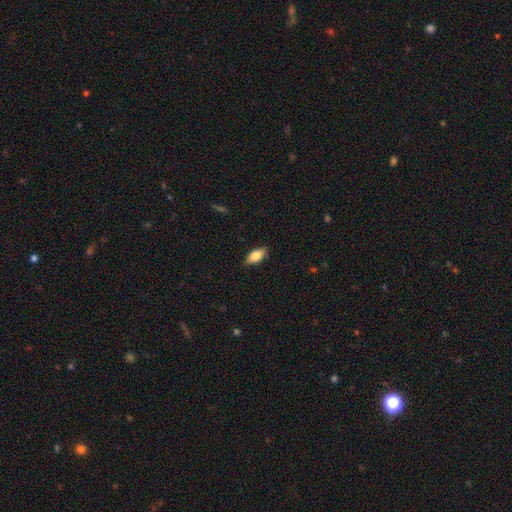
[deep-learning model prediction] Smooth or featured? Predicted: smooth (p=0.75). How rounded? Predicted: in between (p=0.86). Merging? Predicted: none (p=0.84).